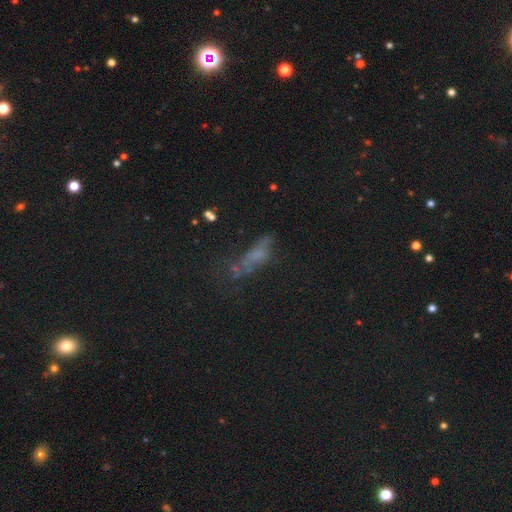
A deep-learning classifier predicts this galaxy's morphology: The model was most divided on "merging": none: 40%, major disturbance: 27%, minor disturbance: 23%, merger: 10%. Remaining: smooth or featured — smooth (45%).